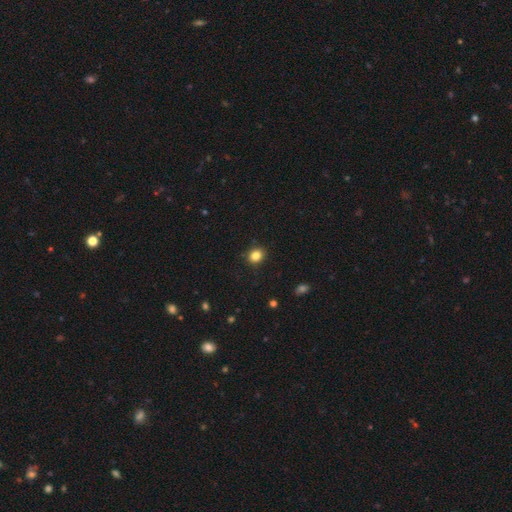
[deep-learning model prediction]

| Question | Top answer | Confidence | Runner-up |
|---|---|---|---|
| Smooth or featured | smooth | 84% | star or artifact (11%) |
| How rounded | round | 68% | in between (31%) |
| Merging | none | 89% | minor disturbance (8%) |